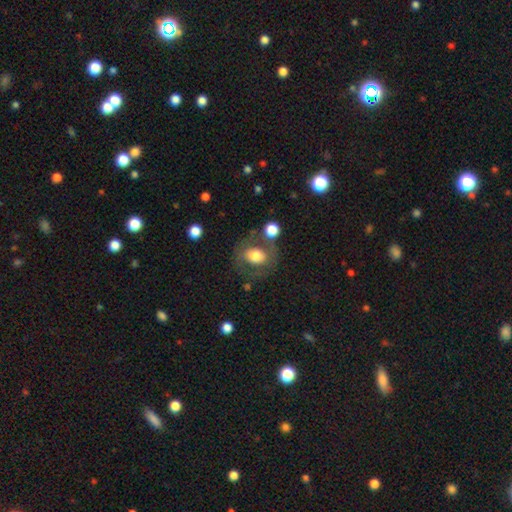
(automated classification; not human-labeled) This appears to be a smooth galaxy with no disk features (62%) that is round (57%). Merging: none (63%).